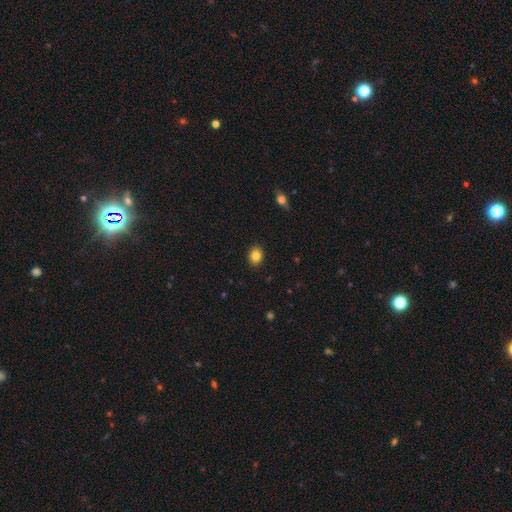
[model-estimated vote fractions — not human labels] Smooth or featured?
  - smooth: 85% *
  - star or artifact: 10%
  - featured or disk: 6%
How rounded?
  - round: 51% *
  - in between: 48%
  - cigar-shaped: 1%
Merging?
  - none: 90% *
  - minor disturbance: 7%
  - major disturbance: 2%
  - merger: 1%